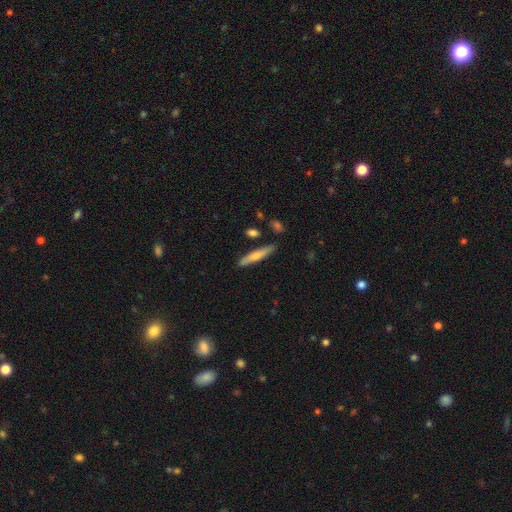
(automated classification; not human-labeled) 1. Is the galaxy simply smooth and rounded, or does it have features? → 65% smooth, 30% featured or disk, 6% star or artifact.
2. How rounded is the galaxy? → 89% cigar-shaped, 9% in between, 2% round.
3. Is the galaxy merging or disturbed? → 84% none, 11% minor disturbance, 3% merger, 2% major disturbance.